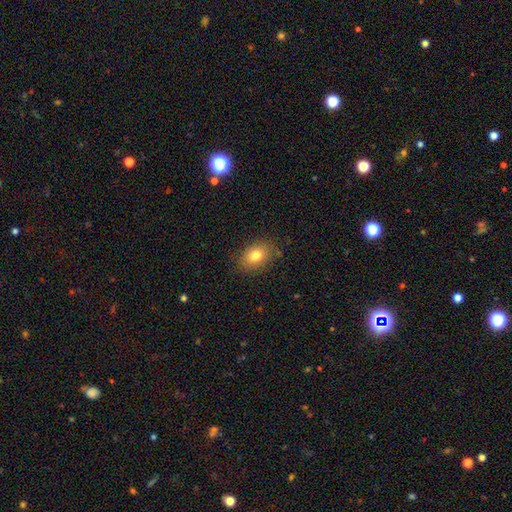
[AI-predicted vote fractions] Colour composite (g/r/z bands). It shows a smooth galaxy with no disk features (79%) that is in between round and cigar-shaped (78%). Merging: none (82%).